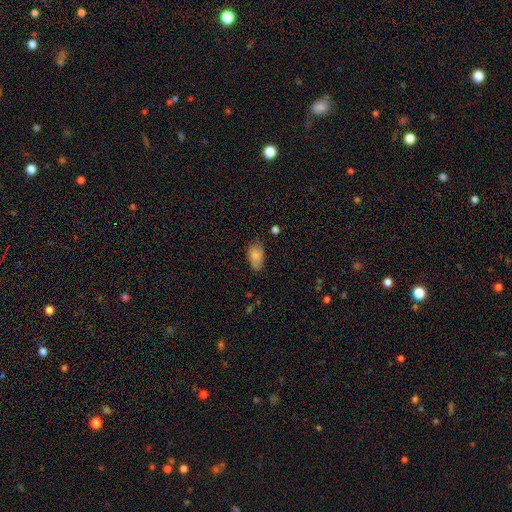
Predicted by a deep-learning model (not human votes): A smooth galaxy with no disk features (83%) that is in between round and cigar-shaped (93%).

Vote fractions:
- Smooth or featured? smooth: 83% / featured or disk: 9% / star or artifact: 8%
- How rounded? in between: 93% / round: 4% / cigar-shaped: 3%
- Merging? none: 62% / minor disturbance: 29% / major disturbance: 7% / merger: 2%